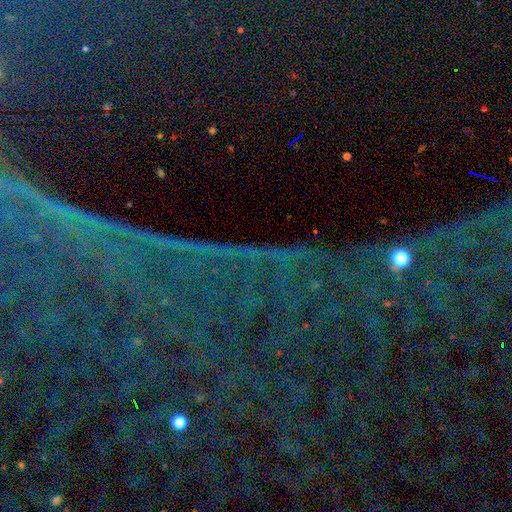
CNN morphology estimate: A star or artifact, not a galaxy (86%).

Vote fractions:
- Smooth or featured? star or artifact: 86% / featured or disk: 7% / smooth: 7%